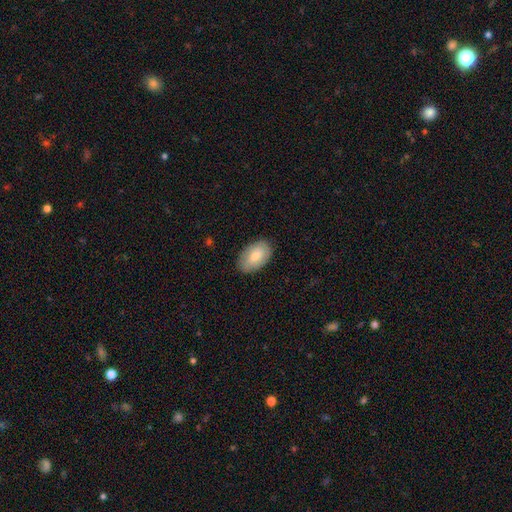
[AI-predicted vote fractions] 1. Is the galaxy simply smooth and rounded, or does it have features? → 76% smooth, 19% featured or disk, 6% star or artifact.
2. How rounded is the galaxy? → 93% in between, 6% round, 1% cigar-shaped.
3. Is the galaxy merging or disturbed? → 83% none, 13% minor disturbance, 3% major disturbance, 1% merger.